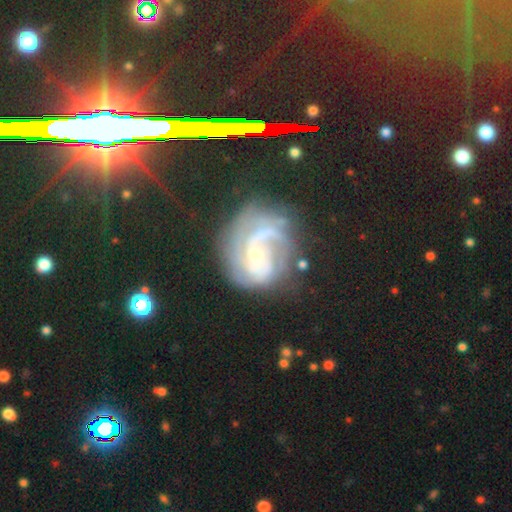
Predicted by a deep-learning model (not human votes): Q: Smooth or featured?
A: featured or disk (82%); runner-up: star or artifact (10%)
Q: Edge-on disk?
A: no (98%); runner-up: yes (2%)
Q: Bar?
A: no (57%); runner-up: weak (33%)
Q: Spiral arms?
A: yes (95%); runner-up: no (5%)
Q: Spiral winding?
A: medium (45%); runner-up: tight (39%)
Q: Spiral arm count?
A: 2 (50%); runner-up: can't tell (17%)
Q: Bulge size?
A: small (69%); runner-up: moderate (26%)
Q: Merging?
A: none (56%); runner-up: minor disturbance (22%)